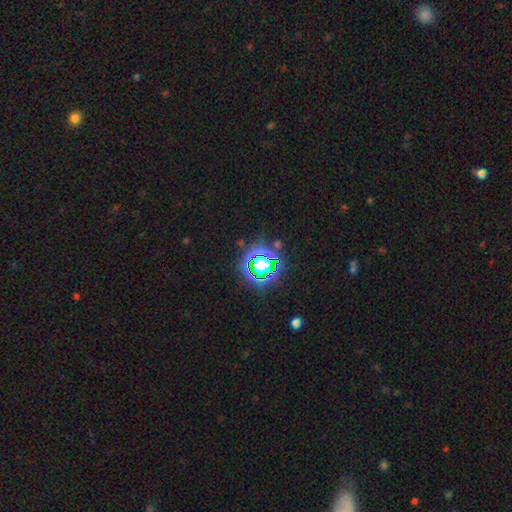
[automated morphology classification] Smooth or featured?
  - star or artifact: 72% *
  - smooth: 19%
  - featured or disk: 9%